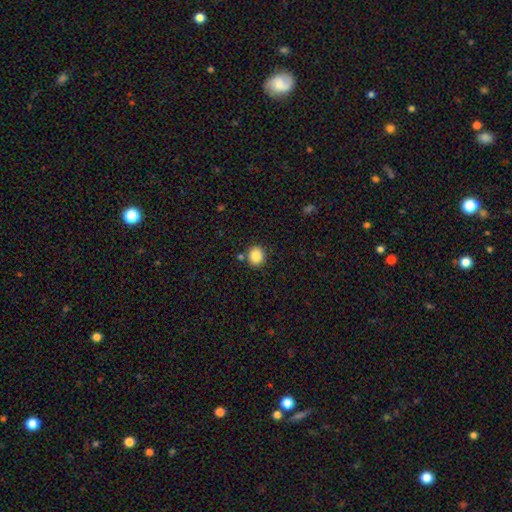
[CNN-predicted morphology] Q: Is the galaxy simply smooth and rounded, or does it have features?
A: smooth — 86%.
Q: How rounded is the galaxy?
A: round — 81%.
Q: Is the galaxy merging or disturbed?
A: none — 83%.